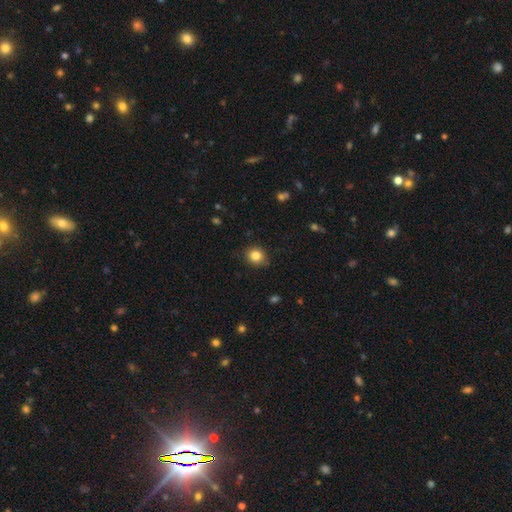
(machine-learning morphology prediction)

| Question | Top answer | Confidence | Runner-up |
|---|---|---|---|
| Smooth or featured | smooth | 84% | star or artifact (10%) |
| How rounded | round | 74% | in between (25%) |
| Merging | none | 86% | minor disturbance (10%) |